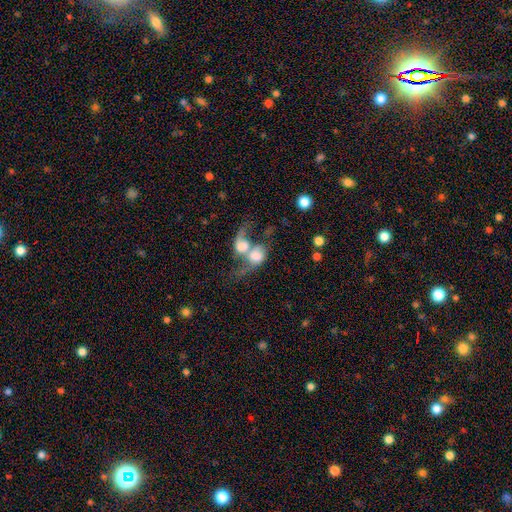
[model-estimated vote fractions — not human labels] The model was most divided on "smooth or featured": smooth: 47%, featured or disk: 43%, star or artifact: 9%. More confident: merging — merger (79%).